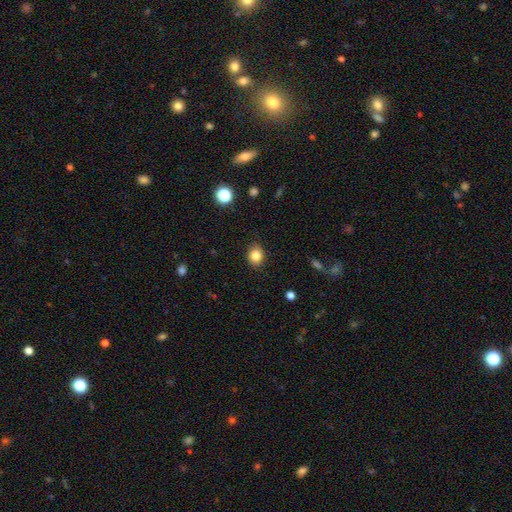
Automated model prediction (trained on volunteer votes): smooth 84%, star or artifact 10%, featured or disk 5%. Down the decision tree: how rounded — round (59%); merging — none (86%).